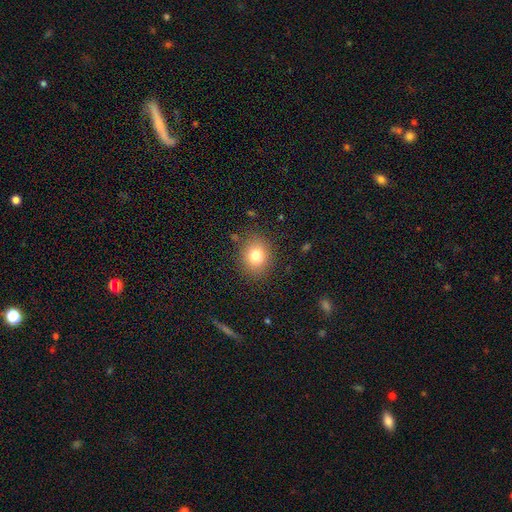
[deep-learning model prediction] Overall: smooth (79%). How rounded: round (65%; in between 34%). Merging: none (85%).